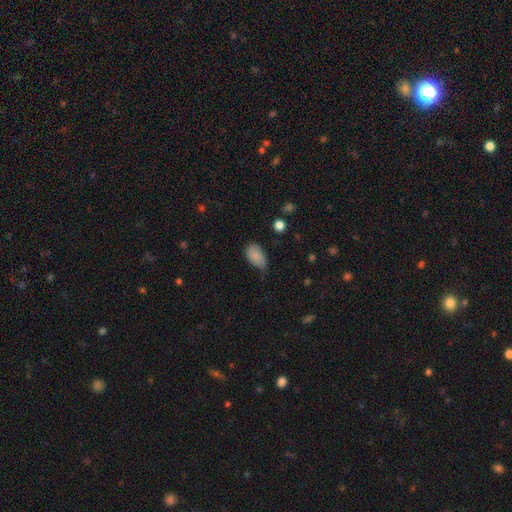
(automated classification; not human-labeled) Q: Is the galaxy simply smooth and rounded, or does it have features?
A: smooth — 86%.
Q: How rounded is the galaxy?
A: in between — 93%.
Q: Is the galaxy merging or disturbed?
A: none — 53%.